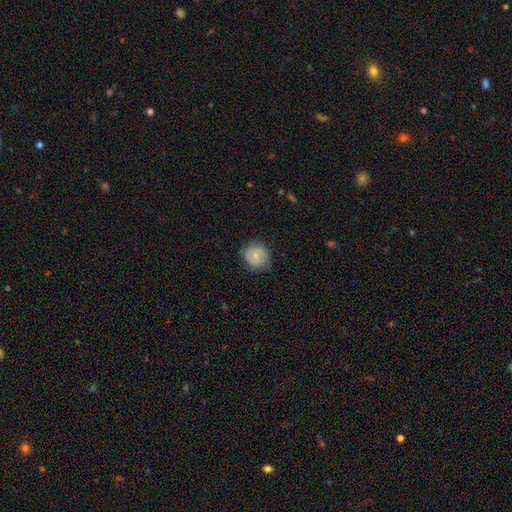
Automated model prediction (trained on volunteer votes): A smooth galaxy with no disk features (54%) that is round (79%). Merging: none (74%).